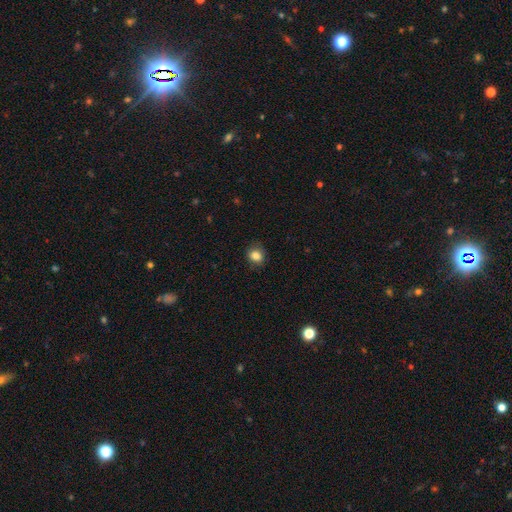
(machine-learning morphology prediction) smooth 84%, star or artifact 11%, featured or disk 6%. Down the decision tree: how rounded — round (76%); merging — none (84%).